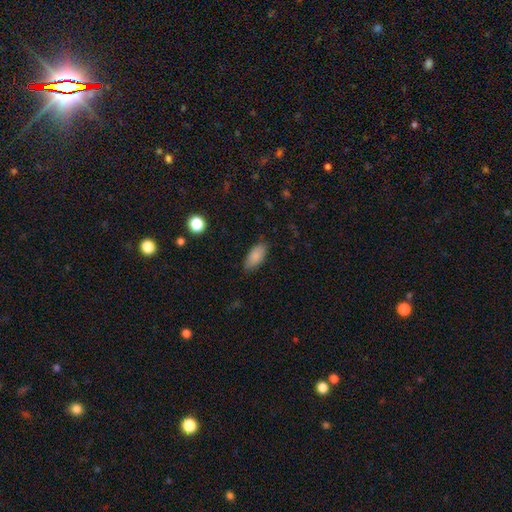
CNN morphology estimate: The model was most divided on "merging": none: 80%, minor disturbance: 16%, major disturbance: 3%, merger: 1%. More confident: how rounded — in between (89%); smooth or featured — smooth (86%).